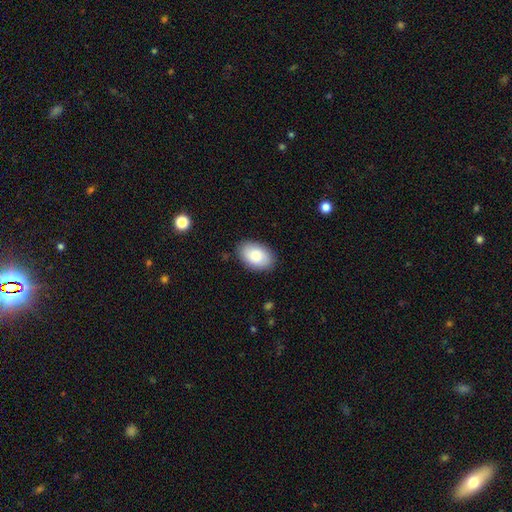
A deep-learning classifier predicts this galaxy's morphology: This is clearly a smooth galaxy (86%). How rounded: clearly in between (91%). Merging: clearly none (86%).